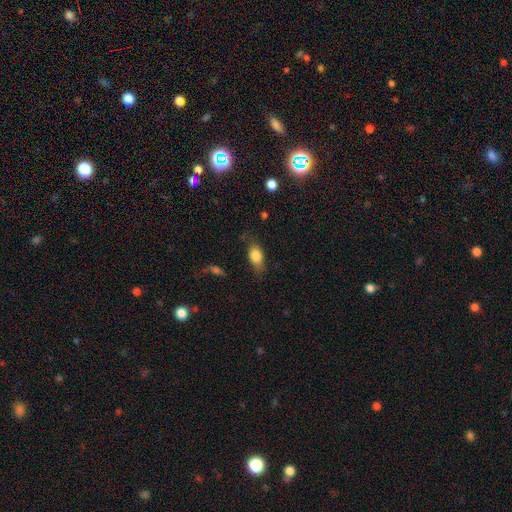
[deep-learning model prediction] Q: Smooth or featured?
A: smooth (81%); runner-up: featured or disk (12%)
Q: How rounded?
A: in between (84%); runner-up: cigar-shaped (9%)
Q: Merging?
A: none (70%); runner-up: minor disturbance (22%)